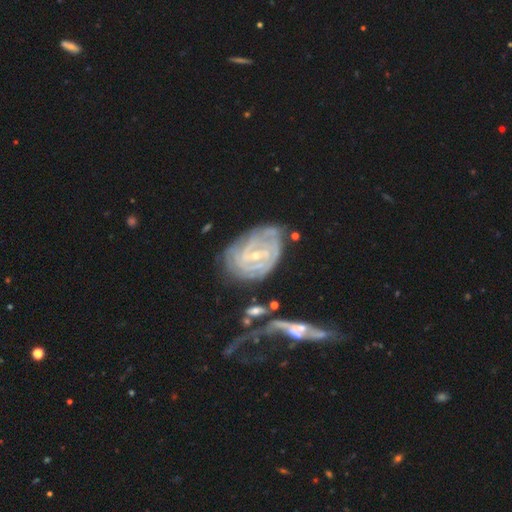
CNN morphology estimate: Smooth or featured? Predicted: featured or disk (p=0.85). Edge-on disk? Predicted: no (p=0.96). Bar? Predicted: weak (p=0.42). Spiral arms? Predicted: yes (p=0.93). Spiral winding? Predicted: tight (p=0.75). Spiral arm count? Predicted: can't tell (p=0.40). Bulge size? Predicted: small (p=0.72). Merging? Predicted: none (p=0.53).